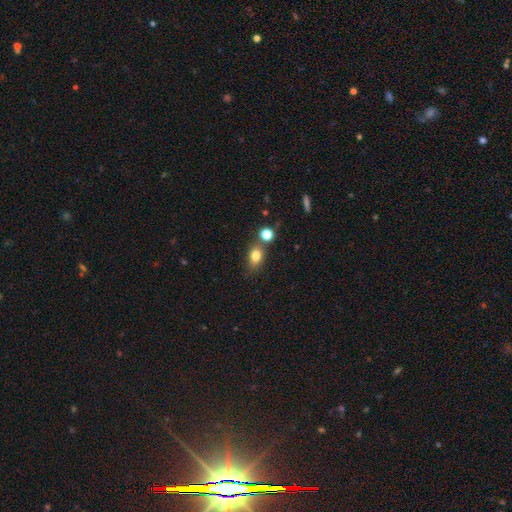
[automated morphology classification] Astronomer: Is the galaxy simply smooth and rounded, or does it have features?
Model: smooth — 80%.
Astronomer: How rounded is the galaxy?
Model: in between — 68%.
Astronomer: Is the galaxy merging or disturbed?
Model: none — 62%.